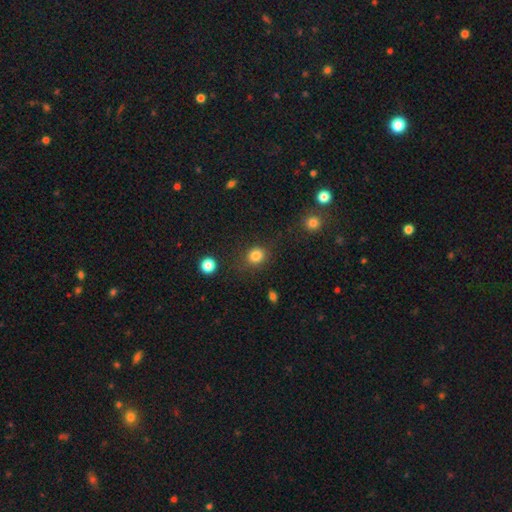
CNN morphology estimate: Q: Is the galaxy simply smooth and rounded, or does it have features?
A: smooth — 83%.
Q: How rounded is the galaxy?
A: round — 78%.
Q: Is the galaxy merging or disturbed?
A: none — 81%.